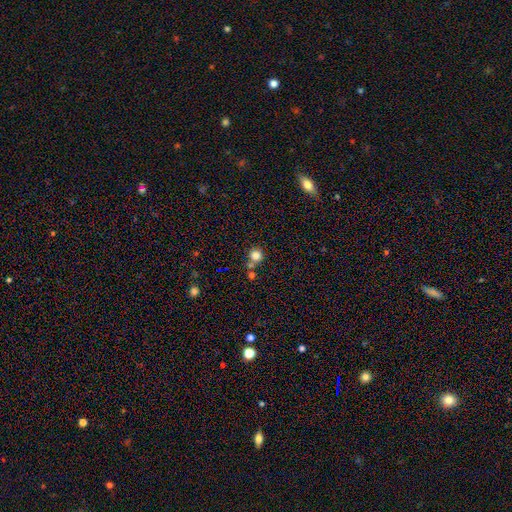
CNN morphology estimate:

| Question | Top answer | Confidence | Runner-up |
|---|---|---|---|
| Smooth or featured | smooth | 82% | star or artifact (12%) |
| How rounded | round | 91% | in between (8%) |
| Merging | none | 66% | merger (22%) |